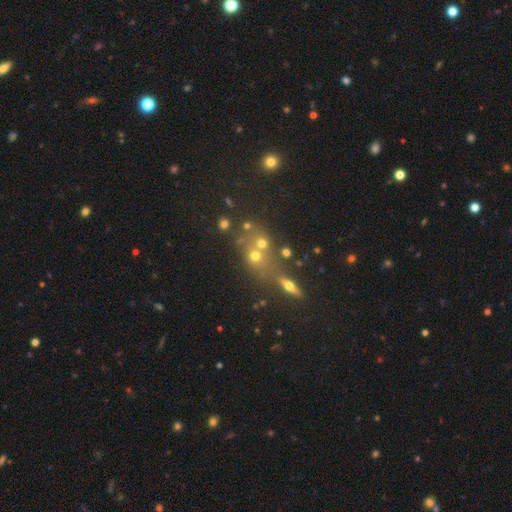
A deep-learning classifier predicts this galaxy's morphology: The model was most divided on "merging": merger: 44%, none: 41%, minor disturbance: 9%, major disturbance: 6%. Remaining: smooth or featured — smooth (45%).